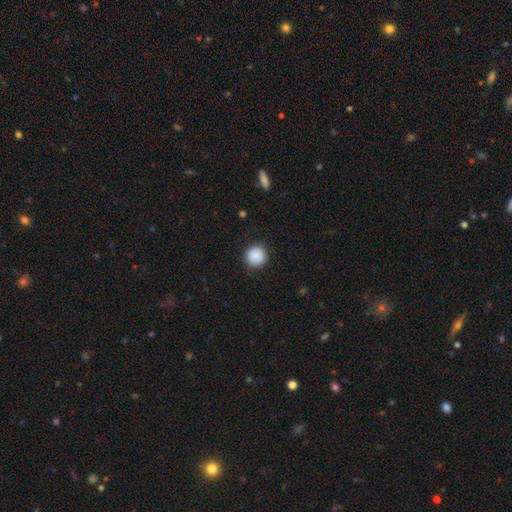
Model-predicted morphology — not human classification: Smooth or featured?
  - smooth: 89% *
  - star or artifact: 8%
  - featured or disk: 3%
How rounded?
  - round: 95% *
  - in between: 4%
  - cigar-shaped: 1%
Merging?
  - none: 90% *
  - minor disturbance: 7%
  - major disturbance: 2%
  - merger: 1%